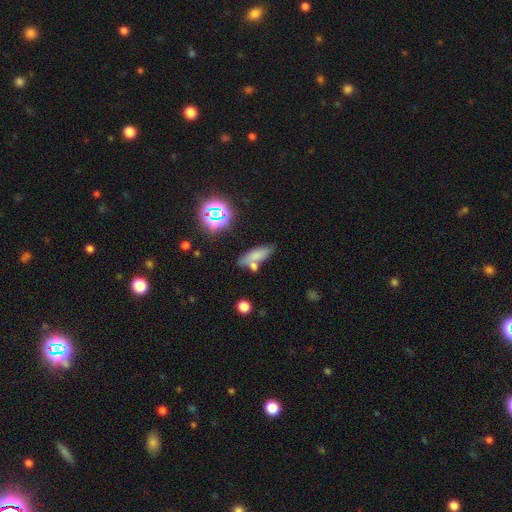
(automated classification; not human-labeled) The model was most divided on "how rounded": in between: 64%, cigar-shaped: 31%, round: 5%. More confident: smooth or featured — smooth (70%); merging — none (56%).